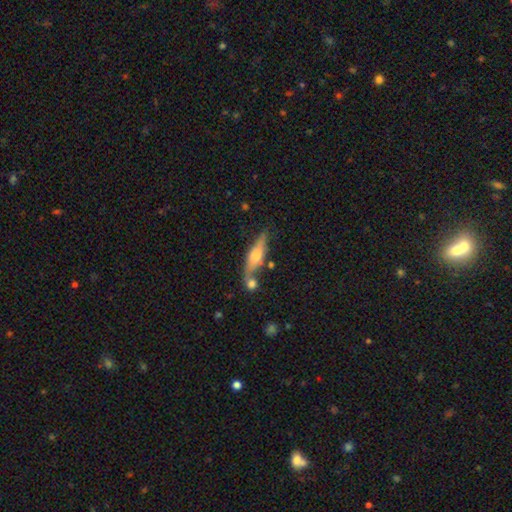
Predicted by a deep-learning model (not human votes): Smooth or featured?
  - featured or disk: 56% *
  - smooth: 37%
  - star or artifact: 7%
Edge-on disk?
  - yes: 86% *
  - no: 14%
Merging?
  - none: 56% *
  - merger: 21%
  - minor disturbance: 17%
  - major disturbance: 6%